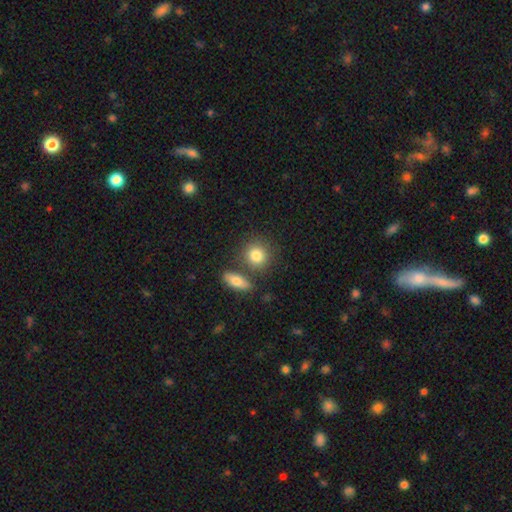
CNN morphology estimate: Smooth or featured: smooth — 83% (featured or disk — 9%)
How rounded: round — 78% (in between — 20%)
Merging: none — 68% (merger — 18%)